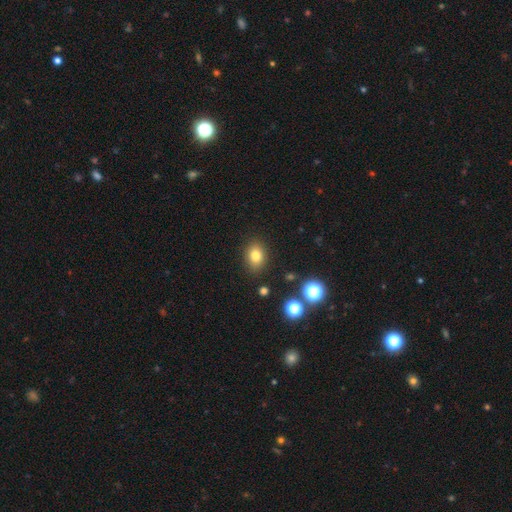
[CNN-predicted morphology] Q: Smooth or featured?
A: smooth (80%); runner-up: star or artifact (12%)
Q: How rounded?
A: in between (65%); runner-up: round (34%)
Q: Merging?
A: none (86%); runner-up: minor disturbance (9%)